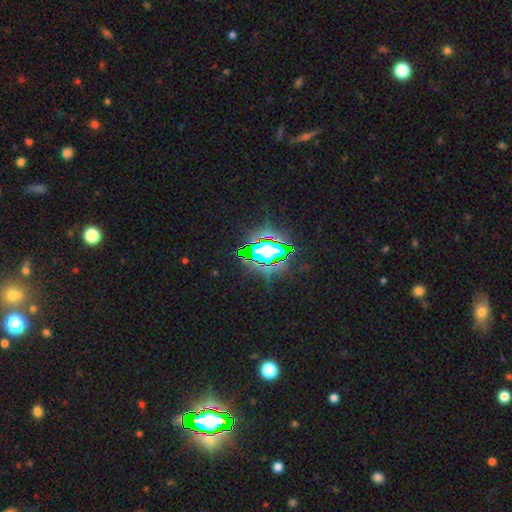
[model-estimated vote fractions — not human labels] Q: Smooth or featured?
A: star or artifact (80%); runner-up: smooth (12%)